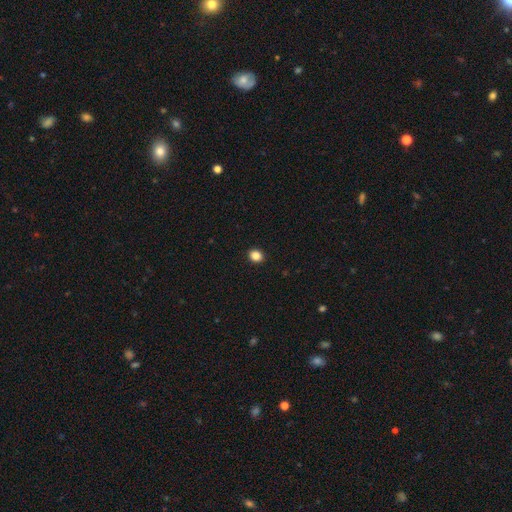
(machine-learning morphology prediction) Smooth or featured? smooth (86%)
How rounded? round (65%)
Merging? none (92%)